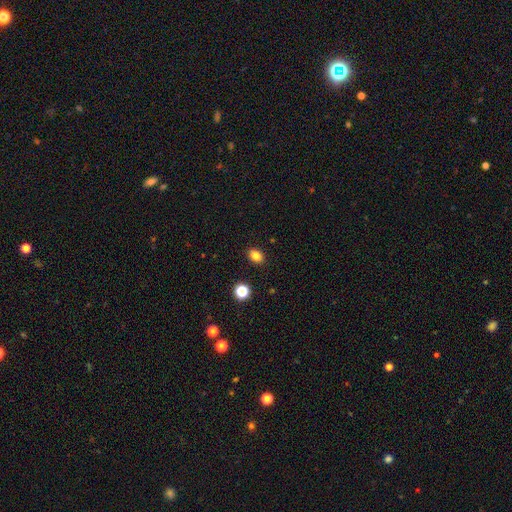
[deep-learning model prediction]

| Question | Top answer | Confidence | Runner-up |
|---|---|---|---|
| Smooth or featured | smooth | 83% | star or artifact (12%) |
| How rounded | in between | 75% | round (24%) |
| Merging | none | 89% | minor disturbance (8%) |